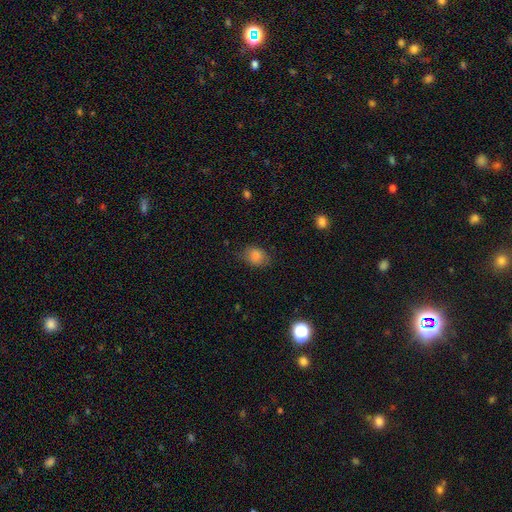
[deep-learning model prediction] smooth-or-featured: smooth: 81% | star or artifact: 11% | featured or disk: 8%
  how-rounded: in between: 65% | round: 33% | cigar-shaped: 1%
  merging: none: 74% | minor disturbance: 19% | major disturbance: 5% | merger: 1%